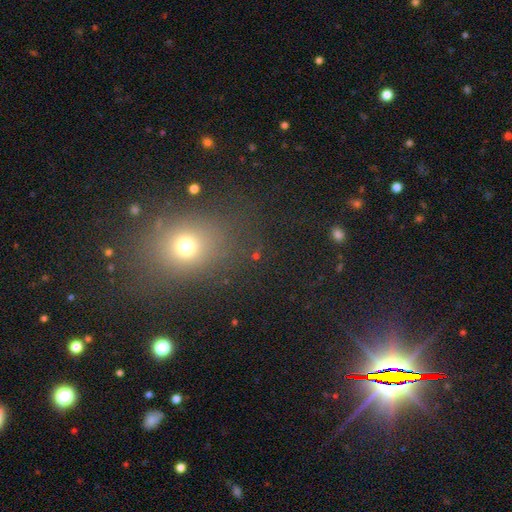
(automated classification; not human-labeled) The model was most divided on "smooth or featured": smooth: 57%, star or artifact: 31%, featured or disk: 12%. More confident: merging — none (77%); how rounded — round (66%).